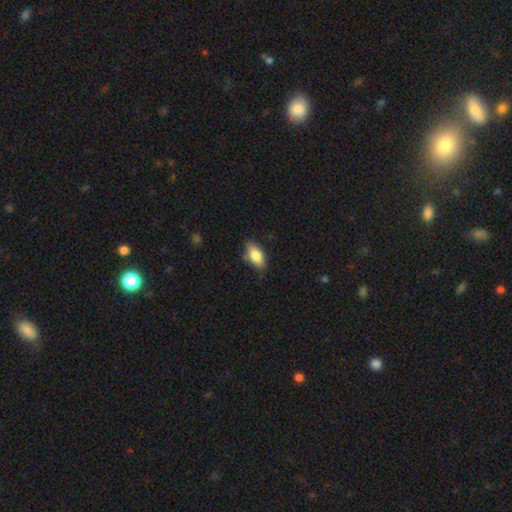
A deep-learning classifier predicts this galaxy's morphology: smooth_or_featured: smooth (p=0.76) [alt: featured or disk p=0.17]
how_rounded: in between (p=0.83) [alt: cigar-shaped p=0.13]
merging: none (p=0.74) [alt: minor disturbance p=0.19]